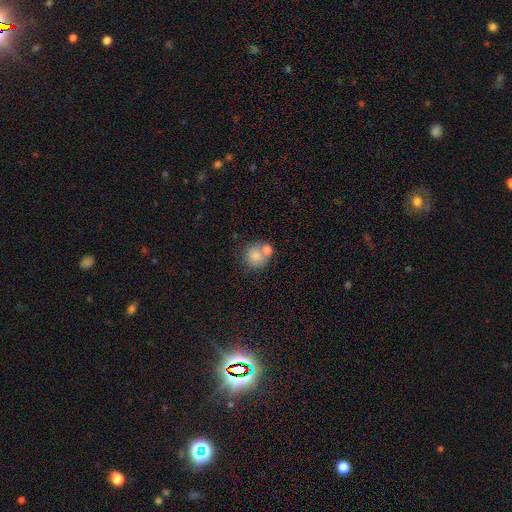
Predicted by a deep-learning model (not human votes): The model was most divided on "merging": none: 48%, merger: 35%, minor disturbance: 11%, major disturbance: 5%. More confident: how rounded — round (86%); smooth or featured — smooth (81%).